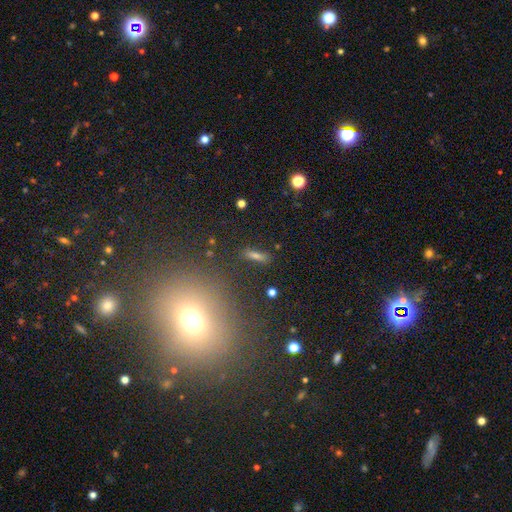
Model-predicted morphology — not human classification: A smooth galaxy with no disk features (63%) that is cigar-shaped (53%).

Vote fractions:
- Smooth or featured? smooth: 63% / star or artifact: 20% / featured or disk: 17%
- How rounded? cigar-shaped: 53% / in between: 38% / round: 9%
- Merging? none: 82% / minor disturbance: 10% / merger: 4% / major disturbance: 4%